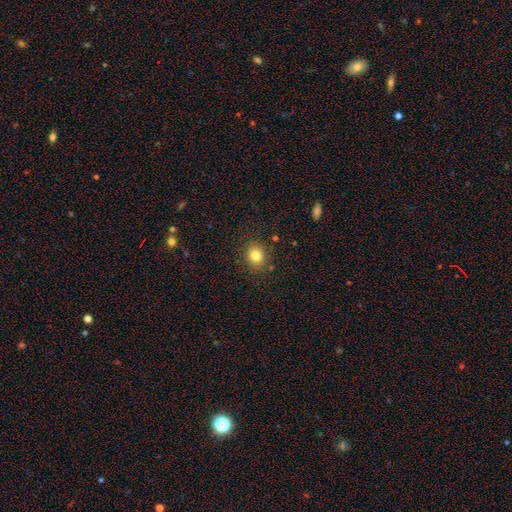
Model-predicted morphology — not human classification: A smooth galaxy with no disk features (81%) that is round (69%).

Vote fractions:
- Smooth or featured? smooth: 81% / star or artifact: 12% / featured or disk: 8%
- How rounded? round: 69% / in between: 31% / cigar-shaped: 1%
- Merging? none: 86% / minor disturbance: 9% / major disturbance: 3% / merger: 2%